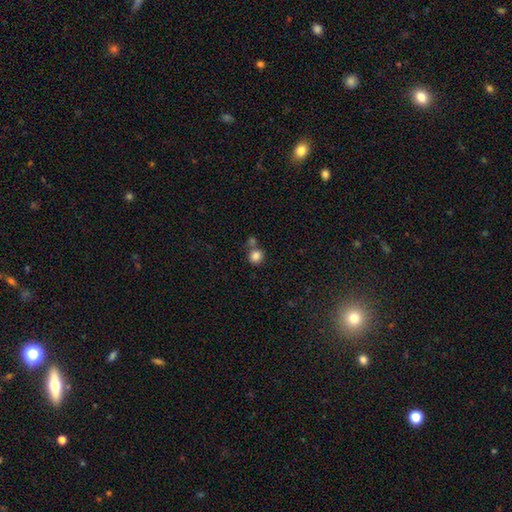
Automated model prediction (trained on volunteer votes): This appears to be a smooth galaxy with no disk features (84%) that is round (86%). Merging: none (60%).